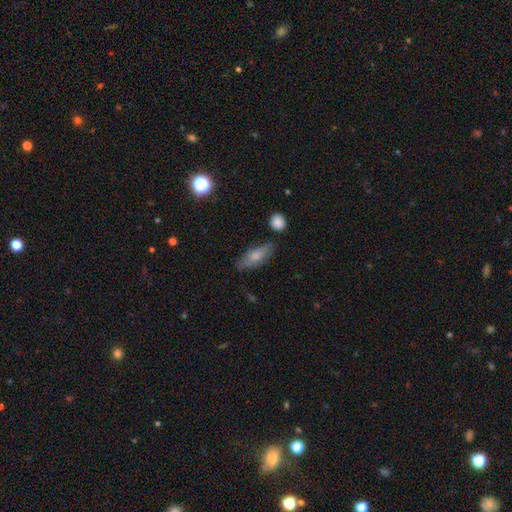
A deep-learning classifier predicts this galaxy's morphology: Smooth or featured? Predicted: smooth (p=0.70). How rounded? Predicted: in between (p=0.75). Merging? Predicted: none (p=0.71).